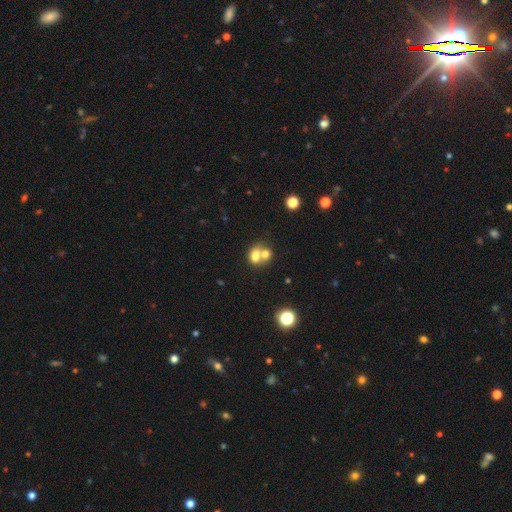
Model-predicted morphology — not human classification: This appears to be a smooth galaxy with no disk features (71%) that is in between round and cigar-shaped (52%). Merging: merger (65%).